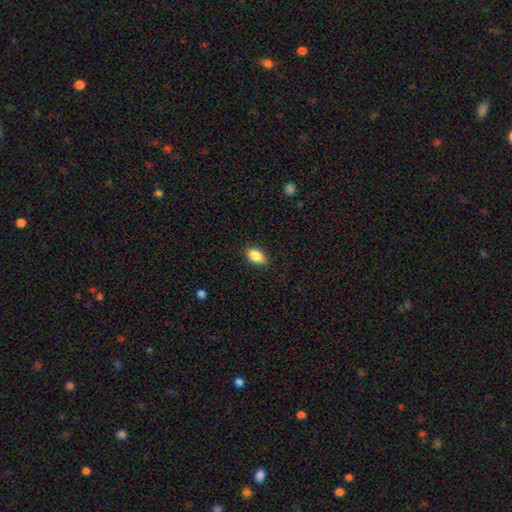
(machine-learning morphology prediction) This is clearly a smooth galaxy (88%). How rounded: clearly in between (91%). Merging: clearly none (87%).